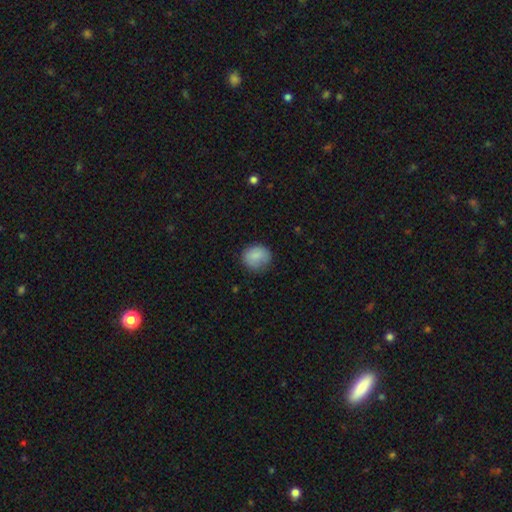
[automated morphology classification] Overall: smooth (84%). How rounded: round (72%). Merging: none (74%).